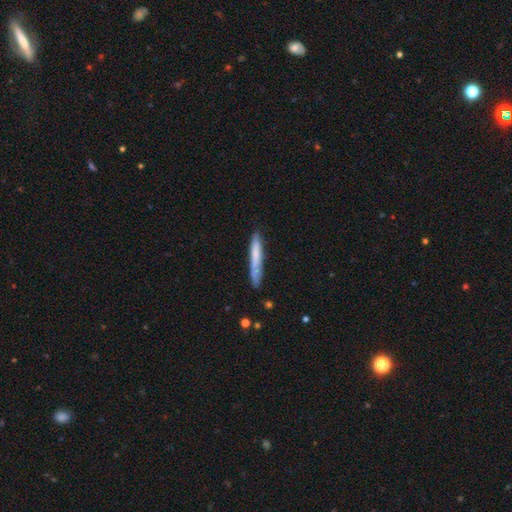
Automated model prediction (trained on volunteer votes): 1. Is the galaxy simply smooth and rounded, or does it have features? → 68% smooth, 26% featured or disk, 6% star or artifact.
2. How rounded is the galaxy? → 95% cigar-shaped, 4% in between, 1% round.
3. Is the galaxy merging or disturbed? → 77% none, 18% minor disturbance, 3% major disturbance, 2% merger.